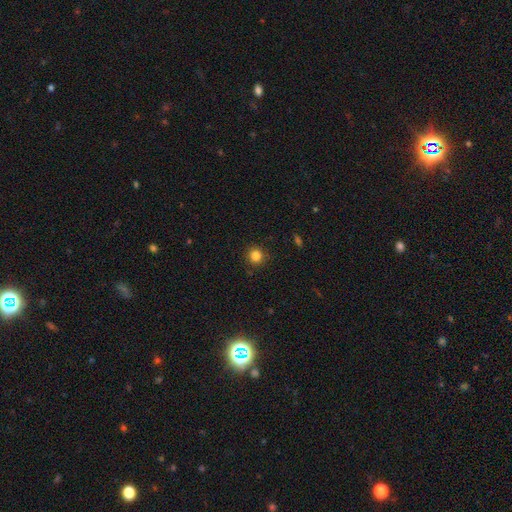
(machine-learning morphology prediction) smooth_or_featured: smooth (p=0.84) [alt: star or artifact p=0.12]
how_rounded: round (p=0.92) [alt: in between p=0.07]
merging: none (p=0.89) [alt: minor disturbance p=0.07]